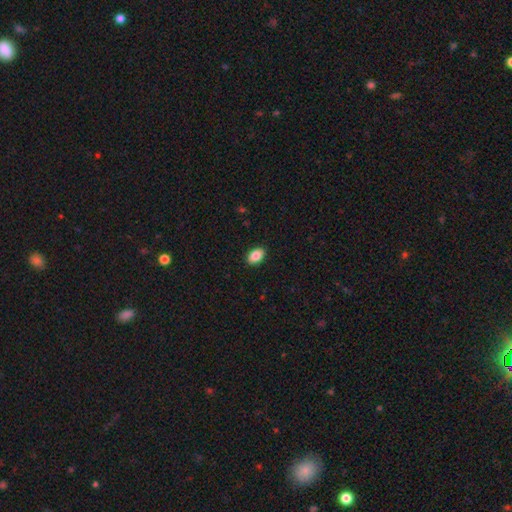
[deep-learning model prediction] Smooth or featured?
  - smooth: 87% *
  - star or artifact: 7%
  - featured or disk: 6%
How rounded?
  - in between: 90% *
  - round: 9%
  - cigar-shaped: 1%
Merging?
  - none: 90% *
  - minor disturbance: 7%
  - major disturbance: 2%
  - merger: 1%